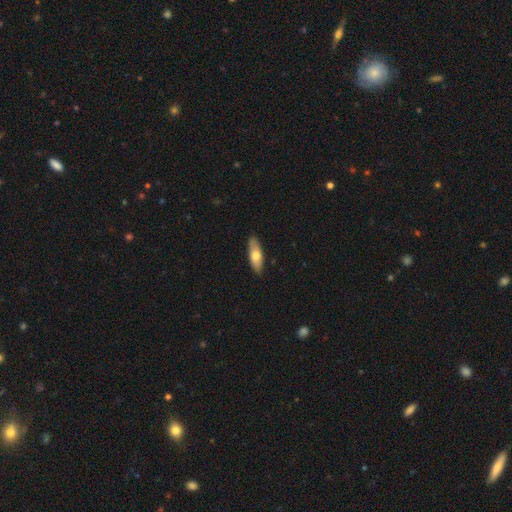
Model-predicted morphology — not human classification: smooth 68%, featured or disk 27%, star or artifact 6%. Down the decision tree: how rounded — in between (60%); merging — none (87%).